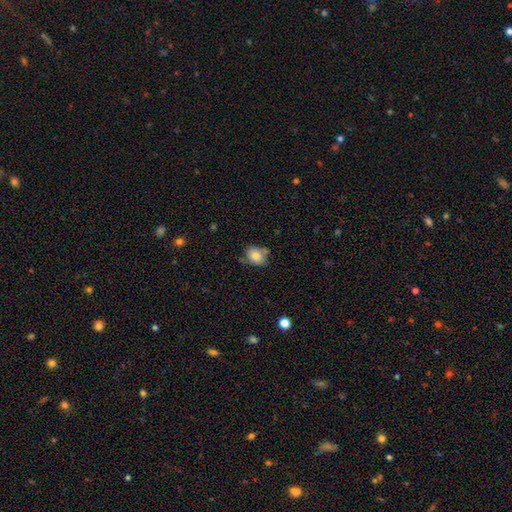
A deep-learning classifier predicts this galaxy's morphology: smooth 78%, featured or disk 13%, star or artifact 9%. Down the decision tree: how rounded — in between (60%); merging — none (55%).